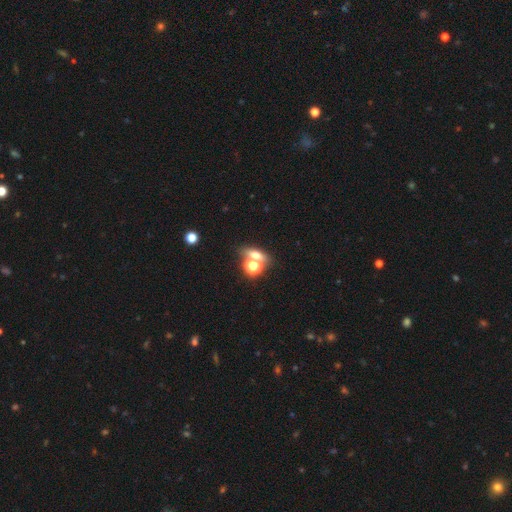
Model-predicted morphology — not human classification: A smooth galaxy with no disk features (52%) that is round (43%). Merging: none (57%).